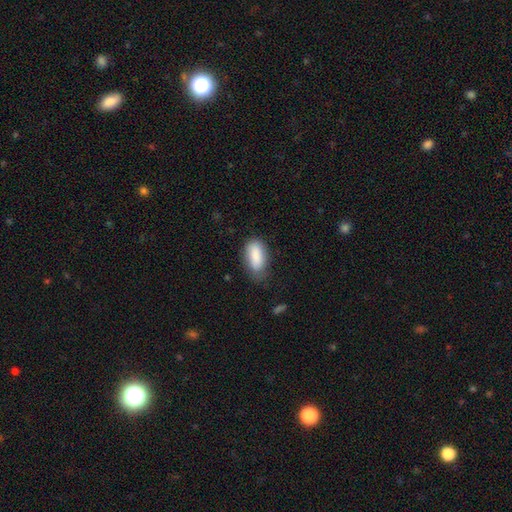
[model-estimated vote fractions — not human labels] A smooth galaxy with no disk features (88%) that is in between round and cigar-shaped (89%). Merging: none (66%).